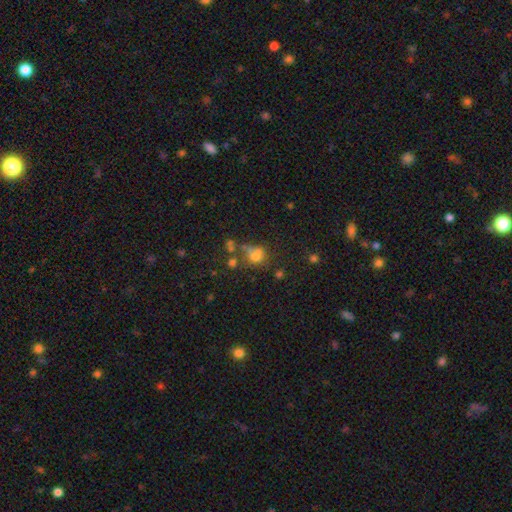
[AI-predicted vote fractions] The model was most divided on "merging": none: 36%, merger: 33%, minor disturbance: 16%, major disturbance: 15%. More confident: how rounded — round (62%); smooth or featured — smooth (61%).